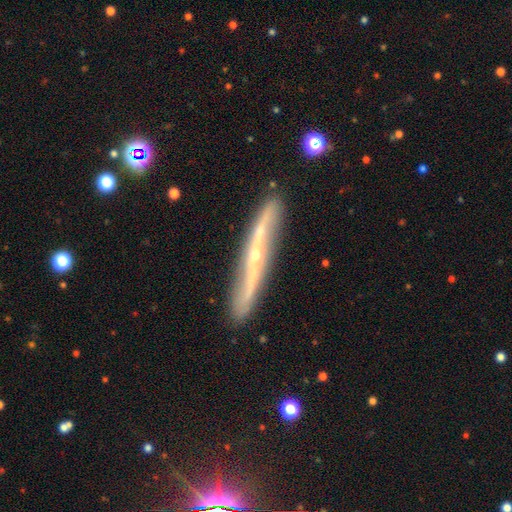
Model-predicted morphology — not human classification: This is likely a featured or disk galaxy (80%). It is likely viewed edge-on (74%). Edge-on bulge: likely rounded (67%). Merging: clearly none (84%).